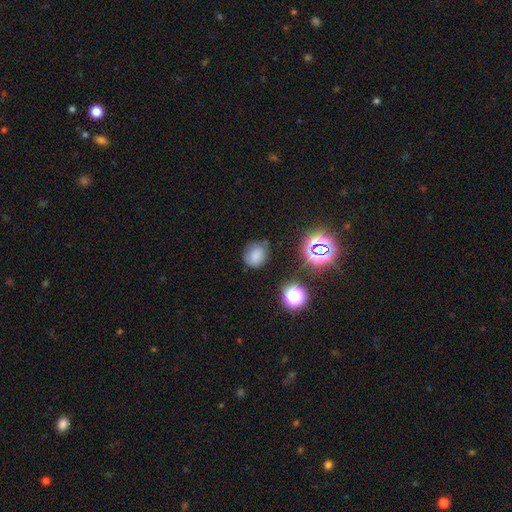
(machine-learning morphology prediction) A smooth galaxy with no disk features (72%) that is round (64%).

Vote fractions:
- Smooth or featured? smooth: 72% / star or artifact: 18% / featured or disk: 10%
- How rounded? round: 64% / in between: 35% / cigar-shaped: 1%
- Merging? none: 63% / minor disturbance: 26% / major disturbance: 7% / merger: 3%